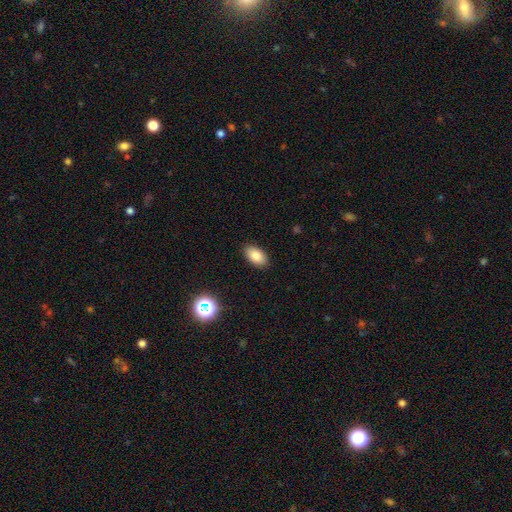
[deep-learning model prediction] This is clearly a smooth galaxy (82%). How rounded: clearly in between (93%). Merging: clearly none (89%).